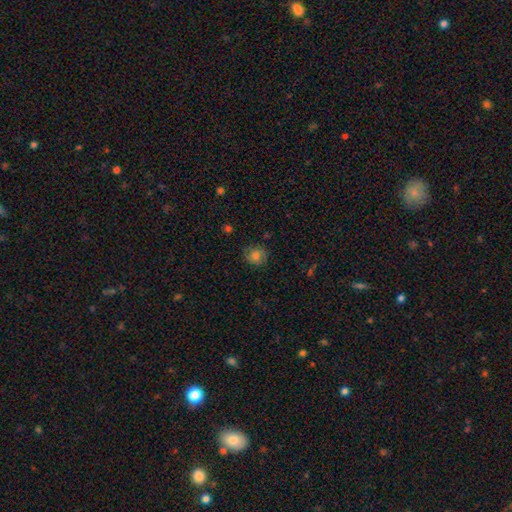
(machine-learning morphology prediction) smooth 73%, featured or disk 15%, star or artifact 11%. Down the decision tree: how rounded — round (82%); merging — none (78%).